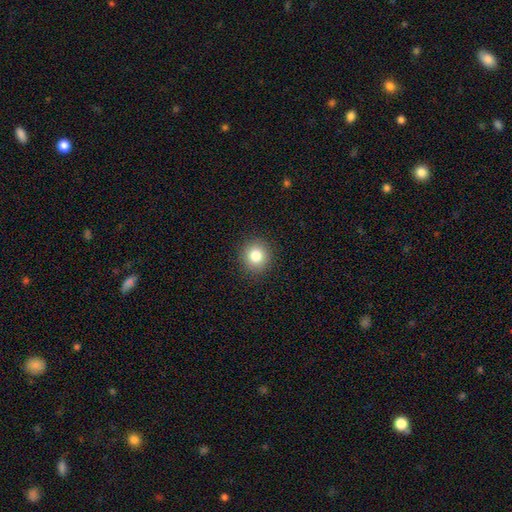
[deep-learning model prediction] smooth 81%, star or artifact 11%, featured or disk 8%. Down the decision tree: how rounded — round (88%); merging — none (91%).